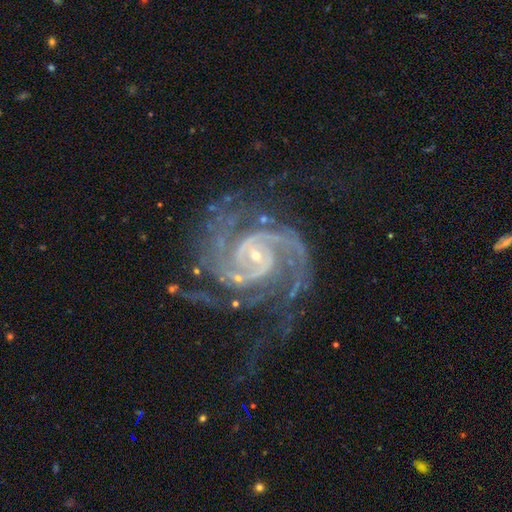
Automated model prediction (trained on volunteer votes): Morphology: type=featured or disk (93%); edge-on=no (98%); bar=no (51%); spiral arms=yes (99%); winding=medium (49%); arm count=2 (71%); bulge=small (79%); merging=none (59%).